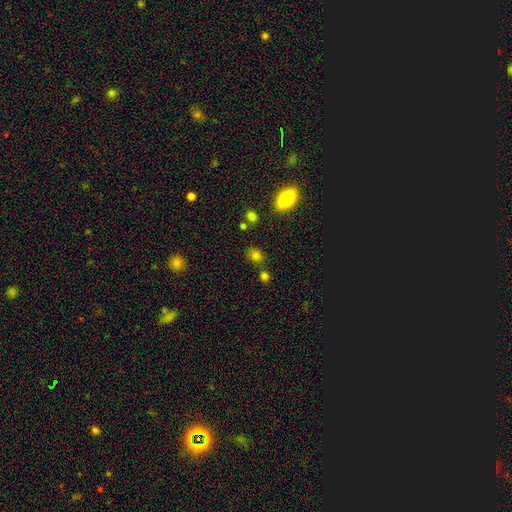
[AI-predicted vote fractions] This appears to be a smooth galaxy with no disk features (79%) that is round (53%). Merging: none (72%).